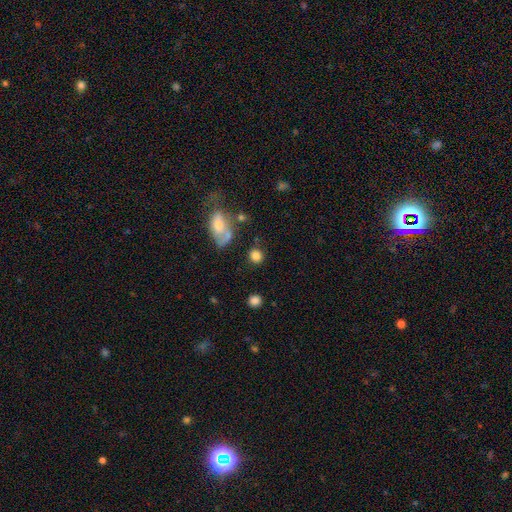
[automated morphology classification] This is clearly a smooth galaxy (82%). How rounded: likely round (75%). Merging: likely none (74%).